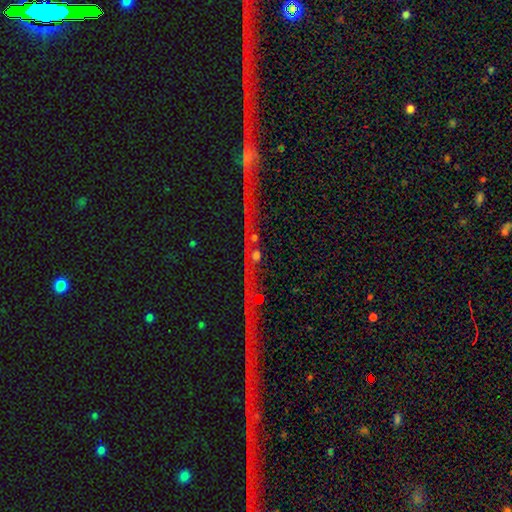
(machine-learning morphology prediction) This appears to be a star or artifact, not a galaxy (63%).